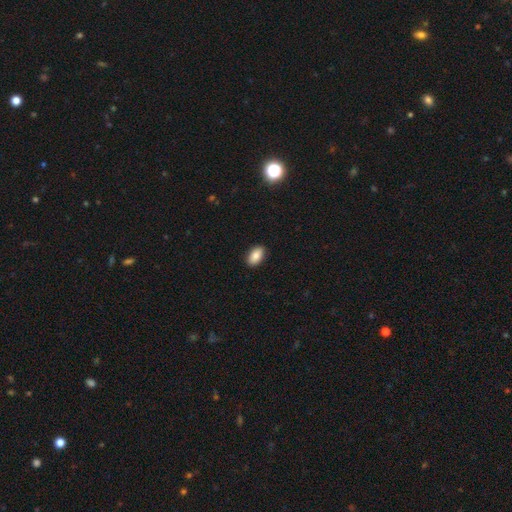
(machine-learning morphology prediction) Smooth or featured? smooth (85%)
How rounded? in between (92%)
Merging? none (90%)